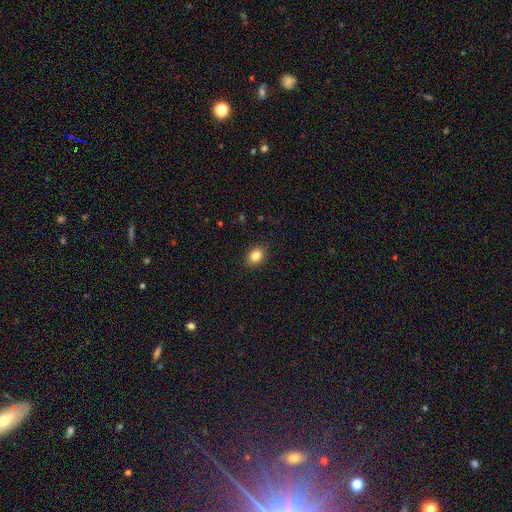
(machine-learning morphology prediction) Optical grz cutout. It shows a smooth galaxy with no disk features (84%) that is in between round and cigar-shaped (58%). Merging: none (89%).